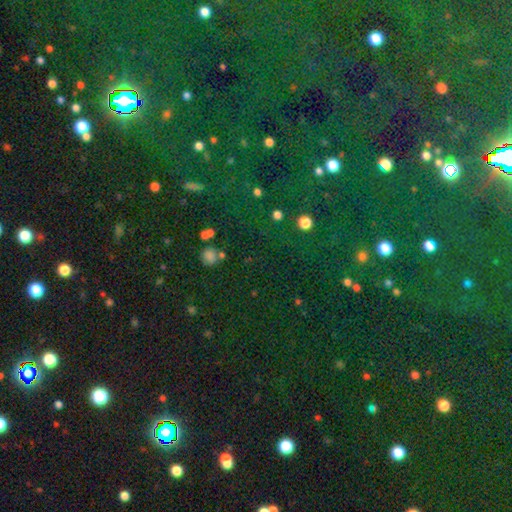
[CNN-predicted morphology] smooth_or_featured: star or artifact (p=0.76) [alt: smooth p=0.17]